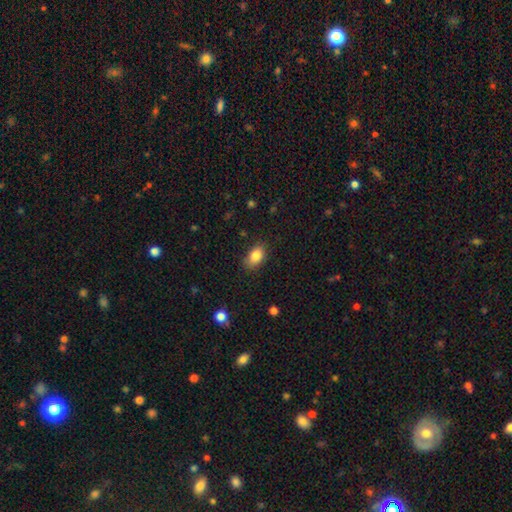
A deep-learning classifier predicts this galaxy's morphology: type=smooth (85%); roundness=in between (87%); merging=none (81%).